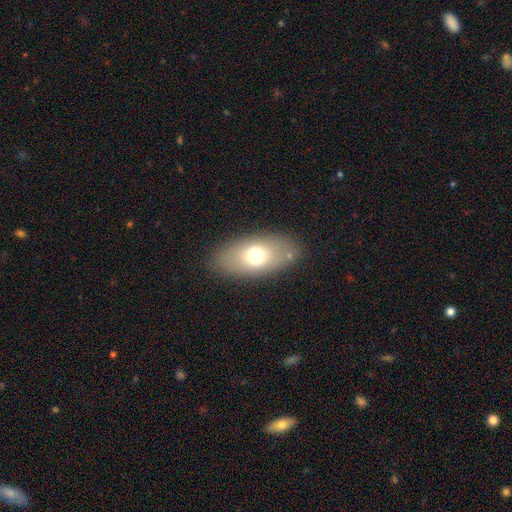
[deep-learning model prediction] smooth 67%, featured or disk 24%, star or artifact 9%. Down the decision tree: how rounded — in between (89%); merging — none (84%).